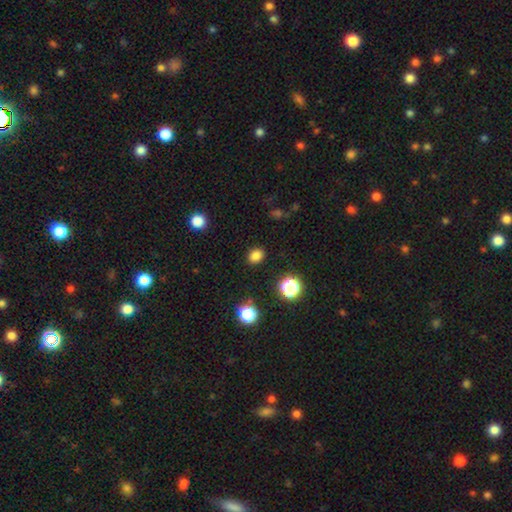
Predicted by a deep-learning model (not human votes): Q: Smooth or featured?
A: smooth (82%); runner-up: star or artifact (14%)
Q: How rounded?
A: round (53%); runner-up: in between (46%)
Q: Merging?
A: none (89%); runner-up: minor disturbance (7%)